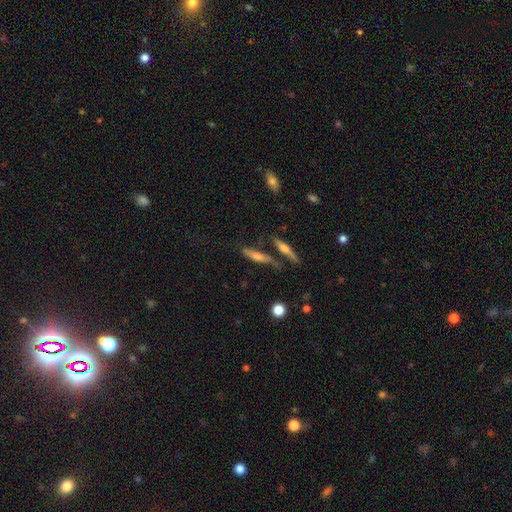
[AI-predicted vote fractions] This appears to be a featured or disk galaxy (53%) viewed edge-on (90%). Merging: none (63%).